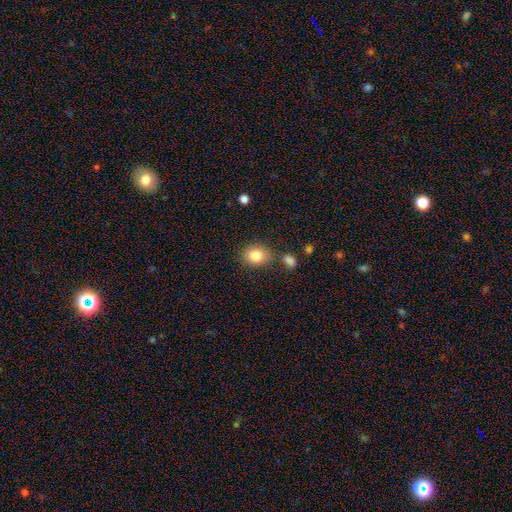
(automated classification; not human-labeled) smooth_or_featured: smooth (p=0.83) [alt: star or artifact p=0.09]
how_rounded: round (p=0.52) [alt: in between p=0.47]
merging: none (p=0.72) [alt: minor disturbance p=0.15]